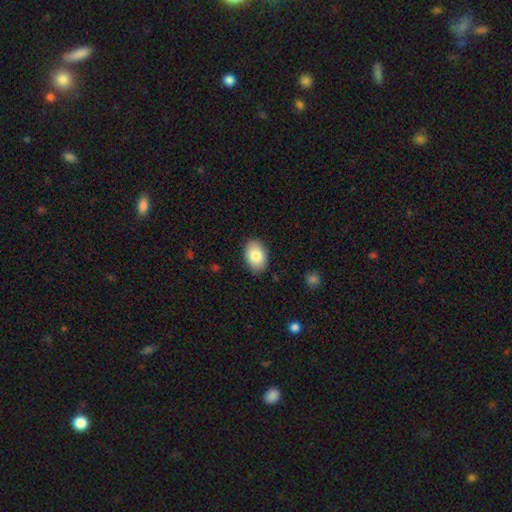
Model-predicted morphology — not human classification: smooth-or-featured: smooth: 83% | featured or disk: 10% | star or artifact: 7%
  how-rounded: in between: 87% | round: 12% | cigar-shaped: 1%
  merging: none: 88% | minor disturbance: 9% | major disturbance: 2% | merger: 1%